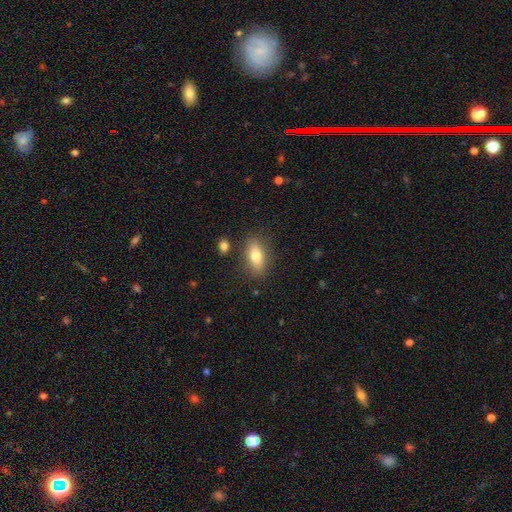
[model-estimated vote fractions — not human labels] Smooth or featured?
  - smooth: 78% *
  - featured or disk: 14%
  - star or artifact: 8%
How rounded?
  - in between: 83% *
  - cigar-shaped: 11%
  - round: 5%
Merging?
  - none: 83% *
  - minor disturbance: 11%
  - major disturbance: 3%
  - merger: 3%